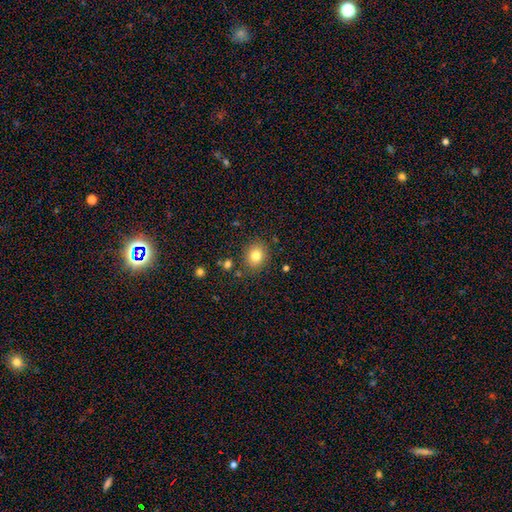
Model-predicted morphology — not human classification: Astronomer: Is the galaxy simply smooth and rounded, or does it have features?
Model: smooth — 80%.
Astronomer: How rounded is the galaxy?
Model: round — 63%.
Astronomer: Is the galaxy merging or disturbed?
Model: none — 85%.